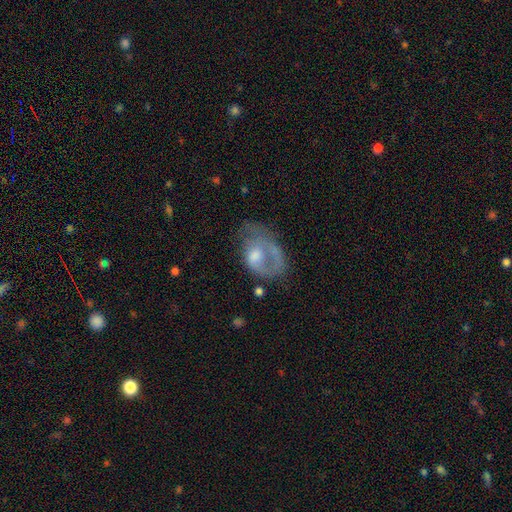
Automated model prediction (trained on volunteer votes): Q: Smooth or featured?
A: featured or disk (56%); runner-up: smooth (36%)
Q: Edge-on disk?
A: no (96%); runner-up: yes (4%)
Q: Bar?
A: no (80%); runner-up: weak (18%)
Q: Spiral arms?
A: no (51%); runner-up: yes (49%)
Q: Bulge size?
A: moderate (53%); runner-up: small (20%)
Q: Merging?
A: major disturbance (43%); runner-up: none (31%)